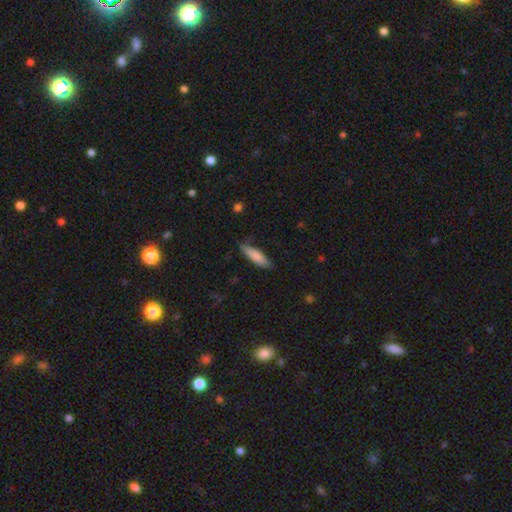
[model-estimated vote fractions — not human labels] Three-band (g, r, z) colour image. It shows a smooth galaxy with no disk features (83%) that is cigar-shaped (56%). Merging: none (72%).